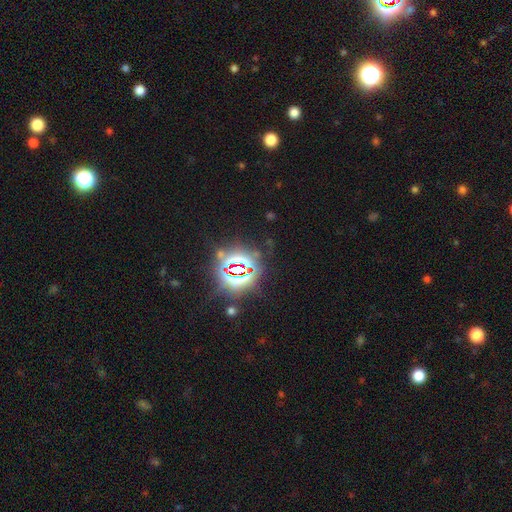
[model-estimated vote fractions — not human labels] Q: Smooth or featured?
A: star or artifact (82%); runner-up: smooth (10%)